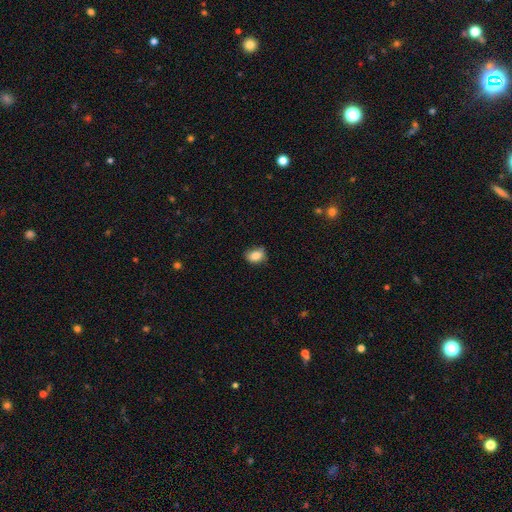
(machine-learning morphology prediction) Smooth or featured? Predicted: smooth (p=0.83). How rounded? Predicted: in between (p=0.67). Merging? Predicted: none (p=0.66).